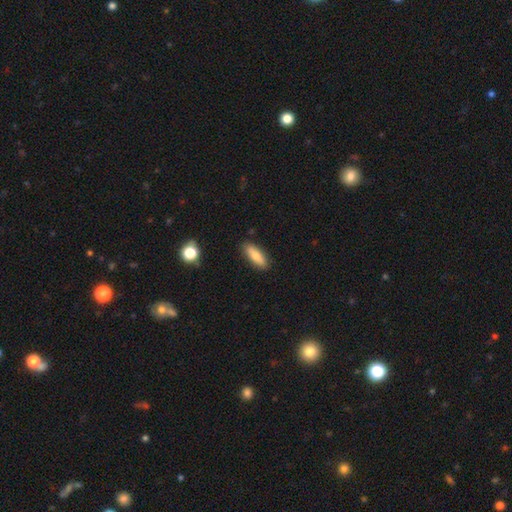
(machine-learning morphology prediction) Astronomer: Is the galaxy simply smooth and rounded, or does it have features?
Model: smooth — 77%.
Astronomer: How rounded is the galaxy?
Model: in between — 57% (runner-up: cigar-shaped, 41%).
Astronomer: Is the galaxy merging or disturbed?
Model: none — 87%.